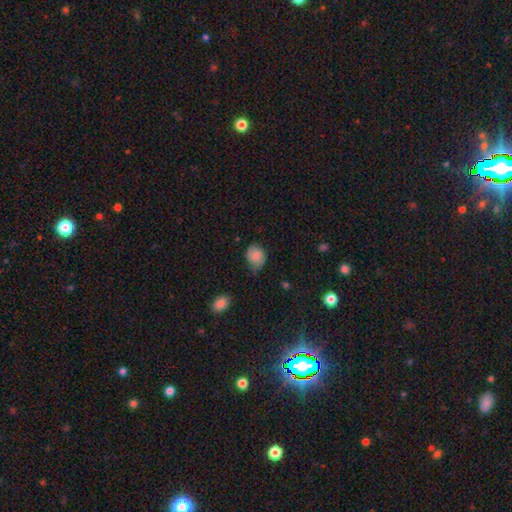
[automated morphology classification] Smooth or featured? Predicted: smooth (p=0.79). How rounded? Predicted: round (p=0.52). Merging? Predicted: none (p=0.52).